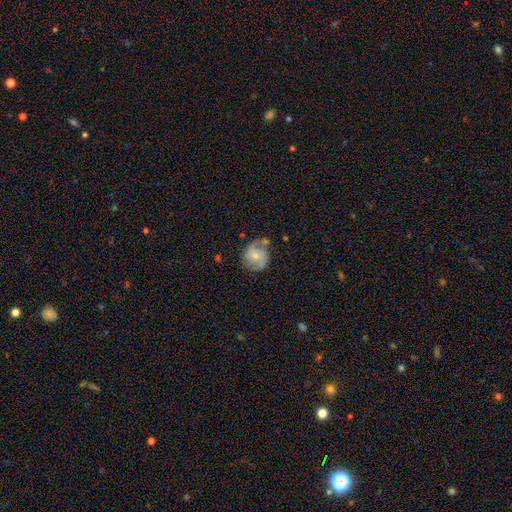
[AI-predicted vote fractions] smooth_or_featured: featured or disk (p=0.65) [alt: smooth p=0.28]
disk_edge_on: no (p=0.98) [alt: yes p=0.02]
bar: no (p=0.59) [alt: weak p=0.35]
has_spiral_arms: yes (p=0.90) [alt: no p=0.10]
spiral_winding: medium (p=0.45) [alt: tight p=0.31]
spiral_arm_count: 2 (p=0.68) [alt: can't tell p=0.12]
bulge_size: small (p=0.58) [alt: moderate p=0.36]
merging: none (p=0.58) [alt: minor disturbance p=0.24]